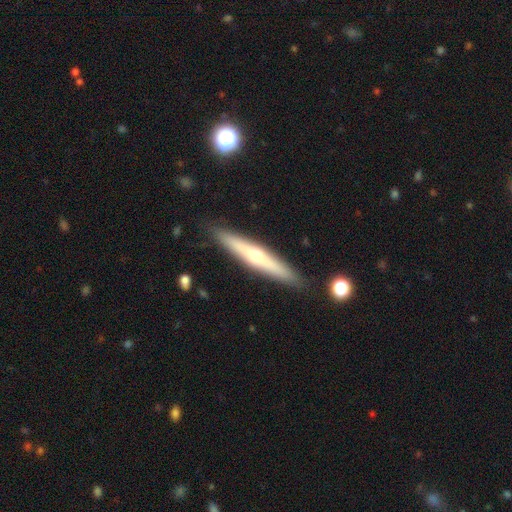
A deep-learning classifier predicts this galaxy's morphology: The model was most divided on "smooth or featured": featured or disk: 56%, smooth: 38%, star or artifact: 6%. More confident: edge-on disk — yes (94%); merging — none (90%); edge-on bulge — rounded (84%).